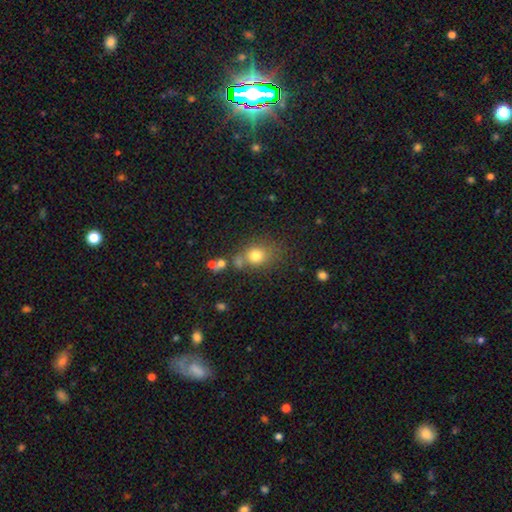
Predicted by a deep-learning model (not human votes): Q: Smooth or featured?
A: smooth (75%); runner-up: star or artifact (14%)
Q: How rounded?
A: round (64%); runner-up: in between (35%)
Q: Merging?
A: none (59%); runner-up: merger (18%)